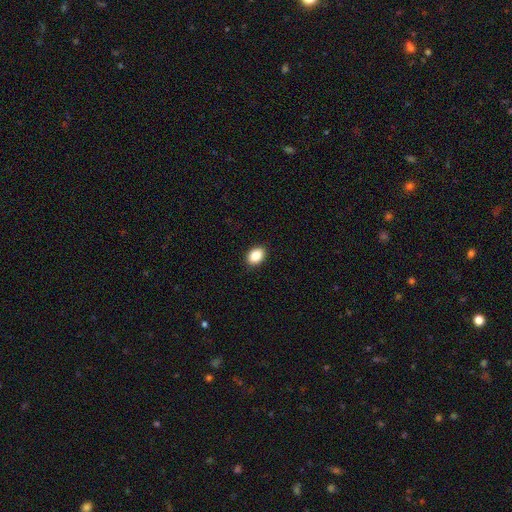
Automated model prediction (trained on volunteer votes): Overall: smooth (87%). How rounded: in between (79%). Merging: none (90%).